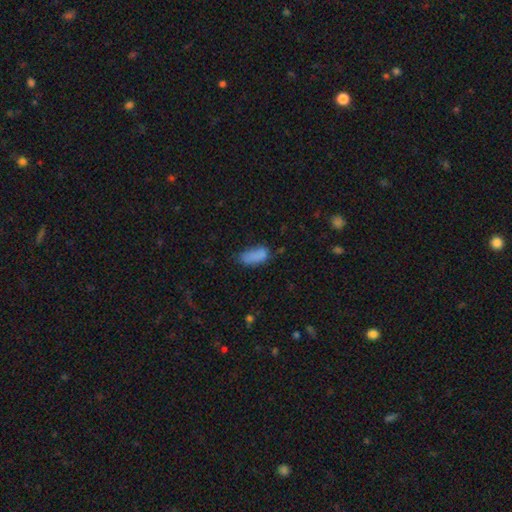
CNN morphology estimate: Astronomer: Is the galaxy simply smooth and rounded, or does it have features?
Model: smooth — 82%.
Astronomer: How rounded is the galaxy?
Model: in between — 83%.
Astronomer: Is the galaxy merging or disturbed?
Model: none — 51% (runner-up: minor disturbance, 31%).